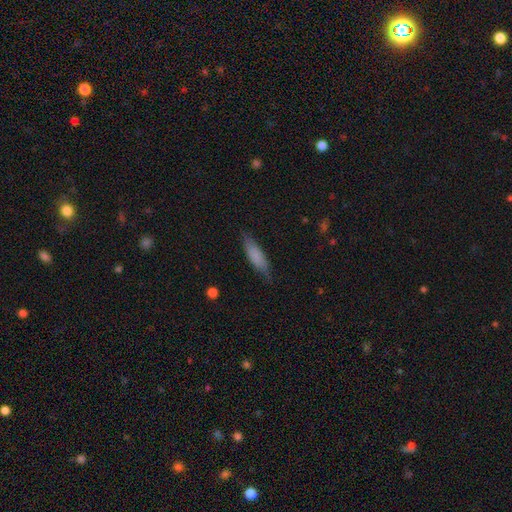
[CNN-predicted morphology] A smooth galaxy with no disk features (79%) that is cigar-shaped (57%). Merging: none (76%).